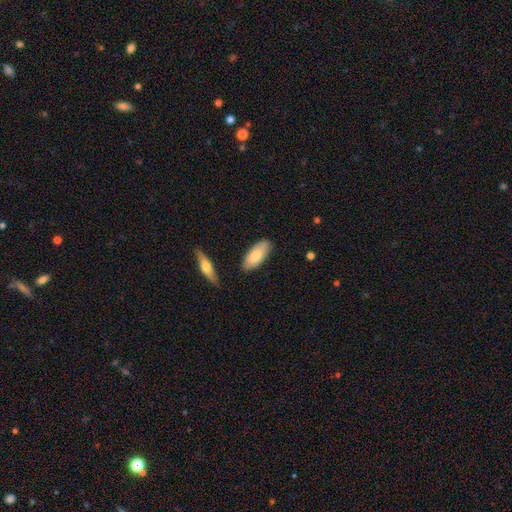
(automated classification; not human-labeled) A smooth galaxy with no disk features (80%) that is in between round and cigar-shaped (83%).

Vote fractions:
- Smooth or featured? smooth: 80% / featured or disk: 15% / star or artifact: 5%
- How rounded? in between: 83% / cigar-shaped: 15% / round: 2%
- Merging? none: 82% / minor disturbance: 12% / merger: 3% / major disturbance: 2%